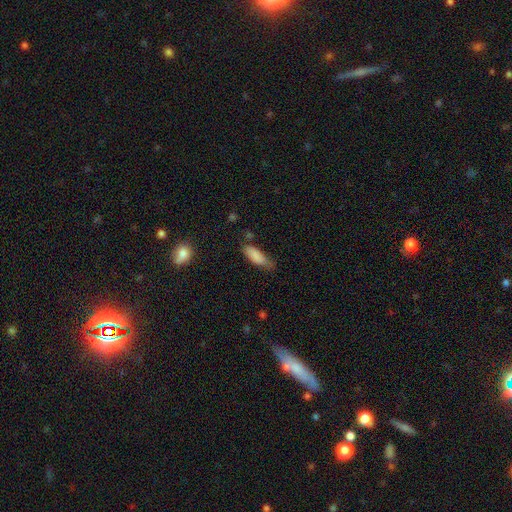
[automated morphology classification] A smooth galaxy with no disk features (86%) that is in between round and cigar-shaped (66%).

Vote fractions:
- Smooth or featured? smooth: 86% / star or artifact: 7% / featured or disk: 7%
- How rounded? in between: 66% / cigar-shaped: 32% / round: 2%
- Merging? none: 52% / minor disturbance: 35% / major disturbance: 9% / merger: 3%